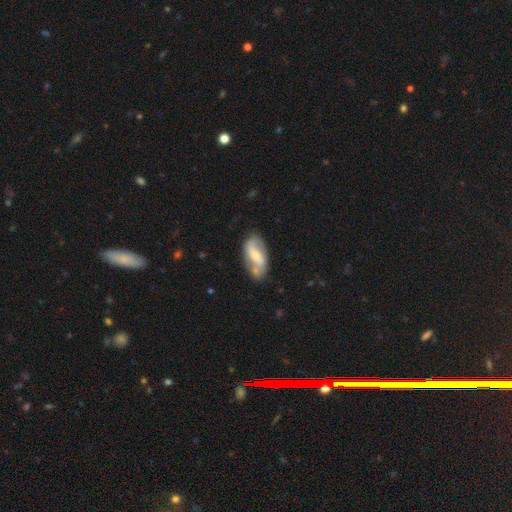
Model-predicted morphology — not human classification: The model was most divided on "bulge size": moderate: 48%, small: 45%, large: 3%, none: 2%, dominant: 1%. Remaining: edge-on disk — no (91%); spiral arms — yes (67%); merging — none (62%); smooth or featured — featured or disk (61%); bar — strong (39%).